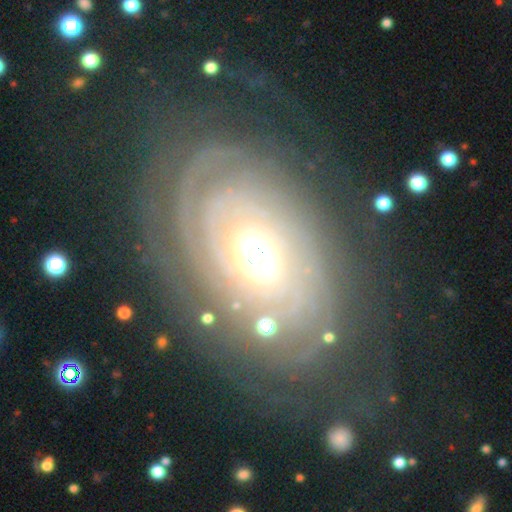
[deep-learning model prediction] smooth-or-featured: featured or disk: 79% | smooth: 13% | star or artifact: 8%
  disk-edge-on: no: 93% | yes: 7%
    bar: no: 74% | weak: 19% | strong: 7%
    has-spiral-arms: yes: 82% | no: 18%
      spiral-winding: tight: 73% | medium: 19% | loose: 8%
      spiral-arm-count: can't tell: 45% | 2: 18% | 3: 11% | more than 4: 9% | 4: 8% | 1: 8%
    bulge-size: moderate: 59% | large: 26% | small: 10% | dominant: 4% | none: 2%
  merging: none: 68% | minor disturbance: 17% | major disturbance: 11% | merger: 3%